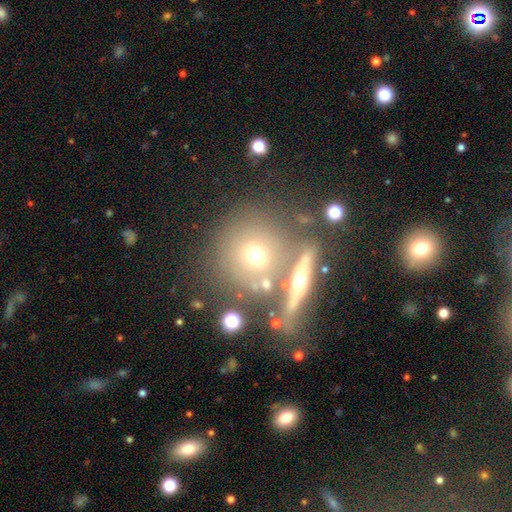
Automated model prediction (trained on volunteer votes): This is possibly a smooth galaxy (60%). How rounded: clearly round (86%). Merging: possibly none (58%).